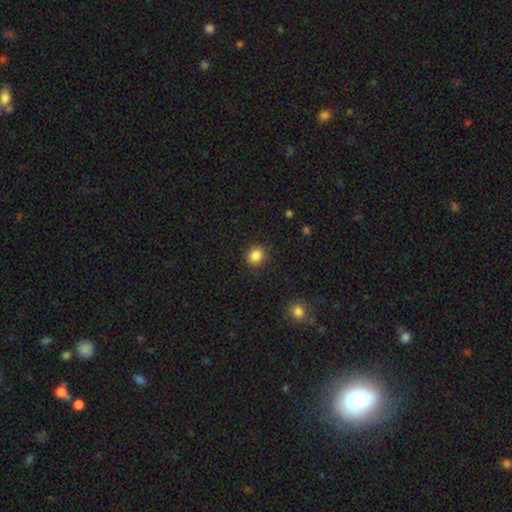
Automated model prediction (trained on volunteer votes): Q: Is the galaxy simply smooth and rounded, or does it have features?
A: smooth — 86%.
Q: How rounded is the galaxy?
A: round — 84%.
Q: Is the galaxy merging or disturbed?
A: none — 90%.